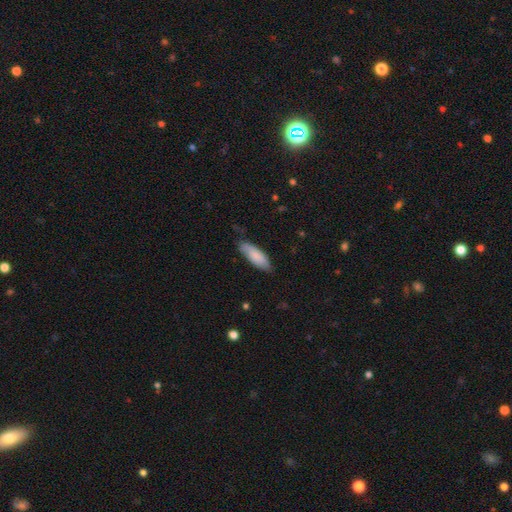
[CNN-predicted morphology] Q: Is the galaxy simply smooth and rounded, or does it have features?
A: smooth — 82%.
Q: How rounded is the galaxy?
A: in between — 66%.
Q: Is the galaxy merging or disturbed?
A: none — 70%.